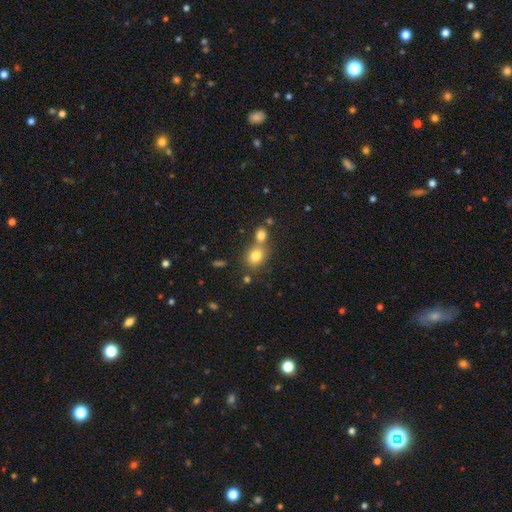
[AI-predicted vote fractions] smooth_or_featured: smooth (p=0.79) [alt: star or artifact p=0.12]
how_rounded: round (p=0.65) [alt: in between p=0.34]
merging: none (p=0.48) [alt: merger p=0.39]